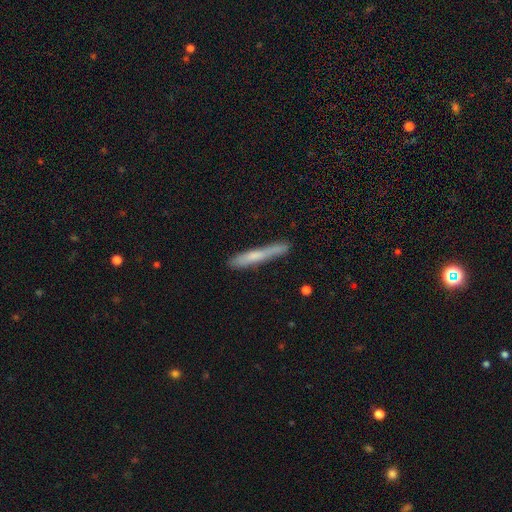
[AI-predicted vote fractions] smooth_or_featured: smooth (p=0.62) [alt: featured or disk p=0.32]
how_rounded: cigar-shaped (p=0.95) [alt: in between p=0.03]
merging: none (p=0.75) [alt: minor disturbance p=0.18]